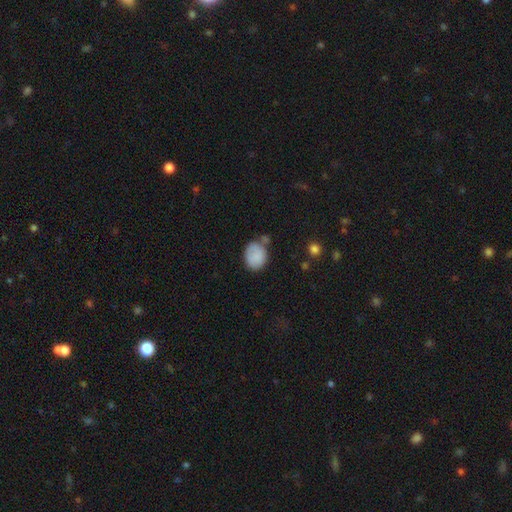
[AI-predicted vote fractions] Morphology: type=smooth (85%); roundness=in between (50%); merging=none (58%).